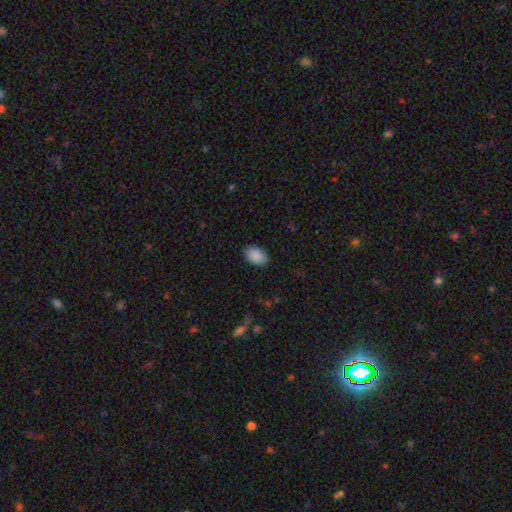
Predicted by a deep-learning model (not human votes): A smooth galaxy with no disk features (90%) that is in between round and cigar-shaped (92%).

Vote fractions:
- Smooth or featured? smooth: 90% / star or artifact: 7% / featured or disk: 4%
- How rounded? in between: 92% / round: 7% / cigar-shaped: 1%
- Merging? none: 87% / minor disturbance: 9% / major disturbance: 2% / merger: 1%